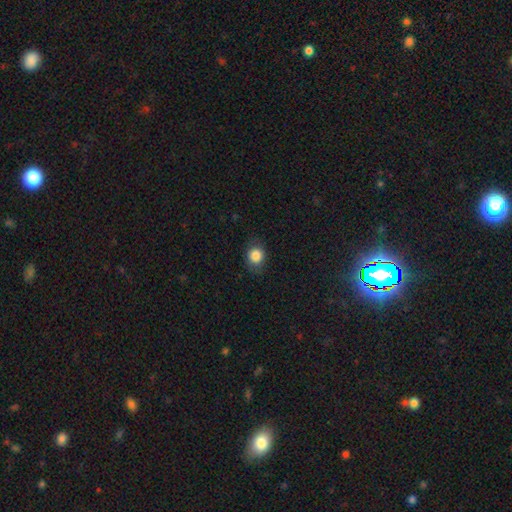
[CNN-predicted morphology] Smooth or featured? smooth (85%)
How rounded? round (68%)
Merging? none (78%)